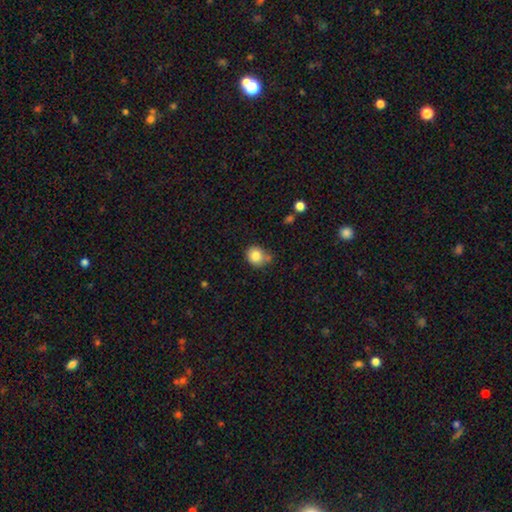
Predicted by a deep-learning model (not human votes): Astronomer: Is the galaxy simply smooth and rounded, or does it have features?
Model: smooth — 83%.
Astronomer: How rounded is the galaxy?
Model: round — 78%.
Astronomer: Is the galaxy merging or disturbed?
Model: none — 64%.